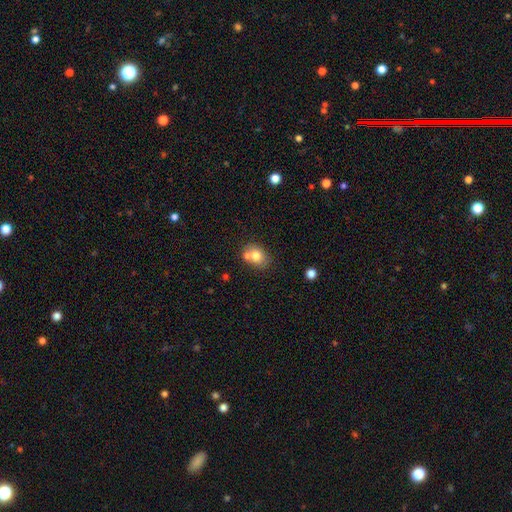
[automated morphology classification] Q: Smooth or featured?
A: smooth (74%); runner-up: featured or disk (16%)
Q: How rounded?
A: in between (55%); runner-up: round (44%)
Q: Merging?
A: none (52%); runner-up: merger (31%)